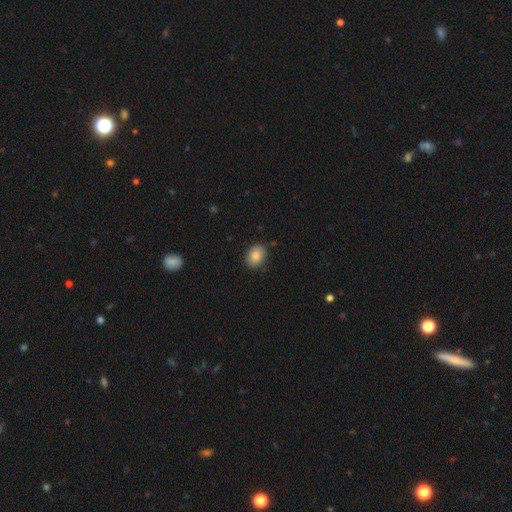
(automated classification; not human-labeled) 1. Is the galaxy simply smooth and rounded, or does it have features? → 86% smooth, 8% star or artifact, 7% featured or disk.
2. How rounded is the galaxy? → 65% in between, 34% round, 1% cigar-shaped.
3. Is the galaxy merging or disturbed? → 85% none, 12% minor disturbance, 2% major disturbance, 1% merger.